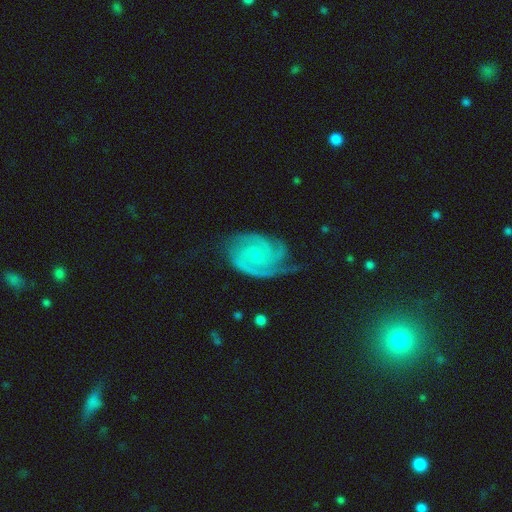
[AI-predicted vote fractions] A featured or disk galaxy (90%) with no bar (67%), 2 (39%) tight (63%) spiral arms (98%) and a small central bulge (72%).

Vote fractions:
- Smooth or featured? featured or disk: 90% / smooth: 5% / star or artifact: 5%
- Edge-on disk? no: 98% / yes: 2%
- Bar? no: 67% / weak: 28% / strong: 5%
- Spiral arms? yes: 98% / no: 2%
- Spiral winding? tight: 63% / medium: 32% / loose: 5%
- Spiral arm count? 2: 39% / 3: 34% / can't tell: 11% / 4: 7% / 1: 5% / more than 4: 5%
- Bulge size? small: 72% / moderate: 21% / none: 5% / large: 1% / dominant: 1%
- Merging? none: 66% / minor disturbance: 23% / major disturbance: 10% / merger: 2%